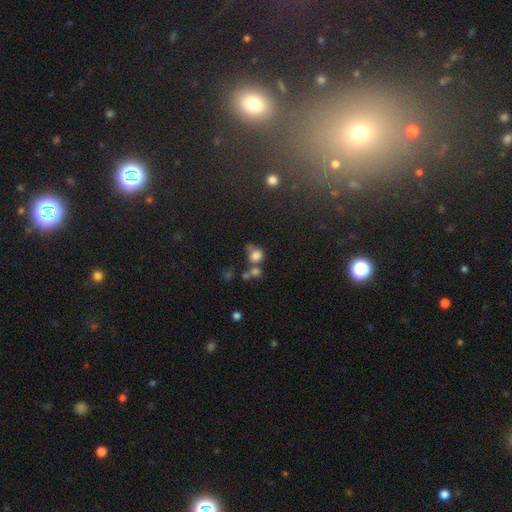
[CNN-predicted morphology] type=smooth (75%); roundness=round (73%); merging=none (40%).